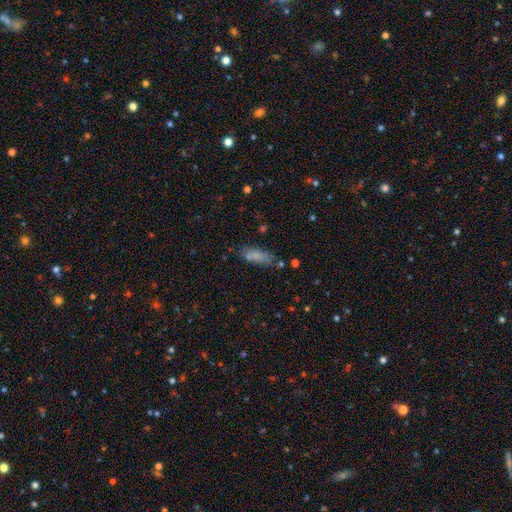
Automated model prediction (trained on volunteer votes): Smooth or featured? smooth (78%)
How rounded? in between (68%)
Merging? none (65%)